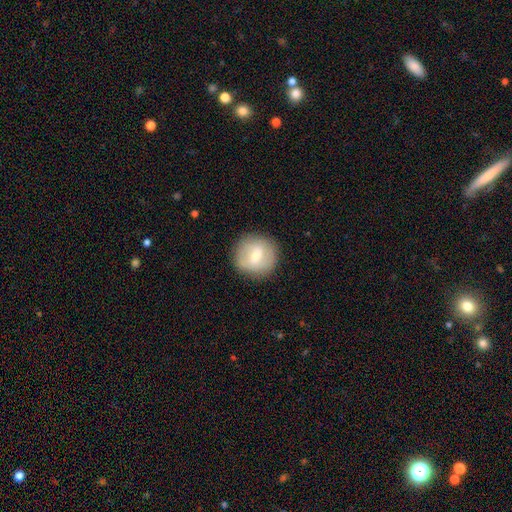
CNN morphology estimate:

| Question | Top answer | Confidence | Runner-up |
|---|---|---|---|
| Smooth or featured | smooth | 52% | featured or disk (40%) |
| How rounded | round | 93% | in between (6%) |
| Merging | none | 87% | minor disturbance (9%) |